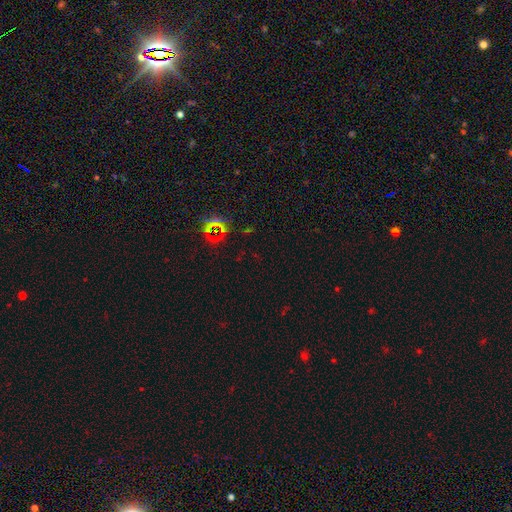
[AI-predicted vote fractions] Smooth or featured?
  - star or artifact: 76% *
  - smooth: 16%
  - featured or disk: 8%